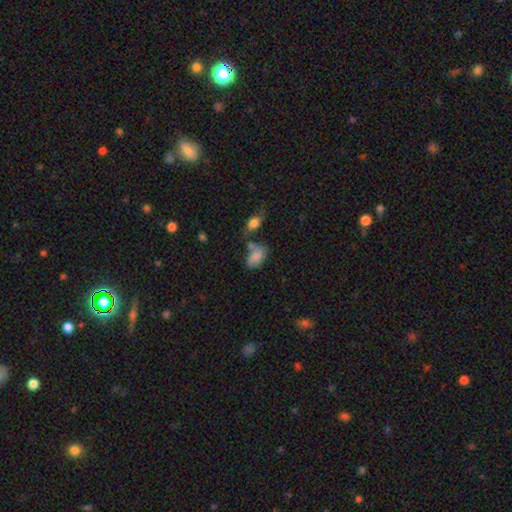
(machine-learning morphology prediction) smooth 77%, featured or disk 15%, star or artifact 9%. Down the decision tree: how rounded — in between (87%); merging — none (41%).